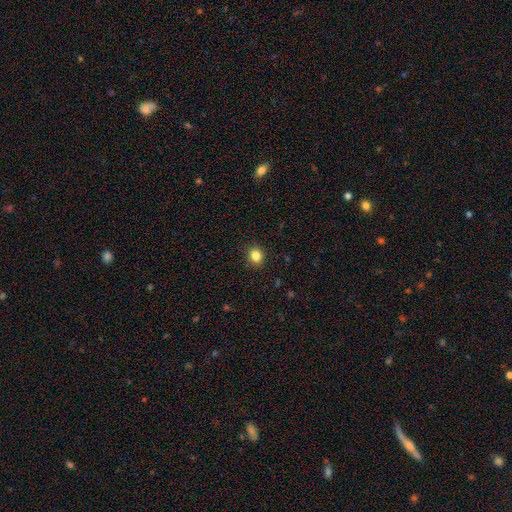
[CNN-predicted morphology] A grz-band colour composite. It shows a smooth galaxy with no disk features (84%) that is round (81%). Merging: none (91%).